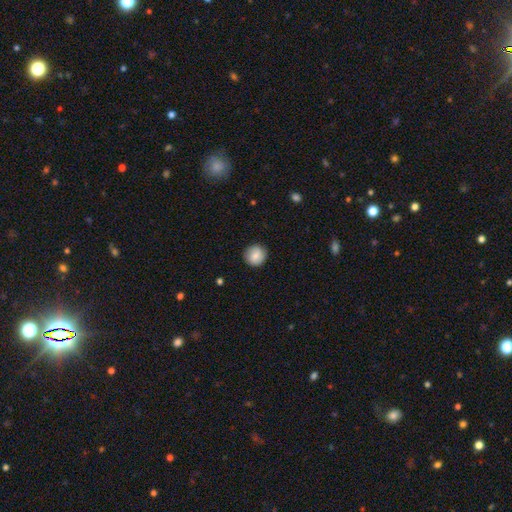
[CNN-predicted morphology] This appears to be a smooth galaxy with no disk features (83%) that is round (92%). Merging: none (88%).